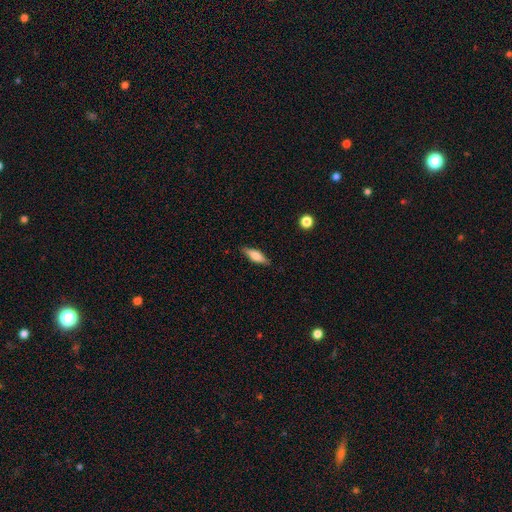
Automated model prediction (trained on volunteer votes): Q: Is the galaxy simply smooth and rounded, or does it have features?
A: smooth — 65%.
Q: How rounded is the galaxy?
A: cigar-shaped — 49%.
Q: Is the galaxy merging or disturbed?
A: none — 85%.